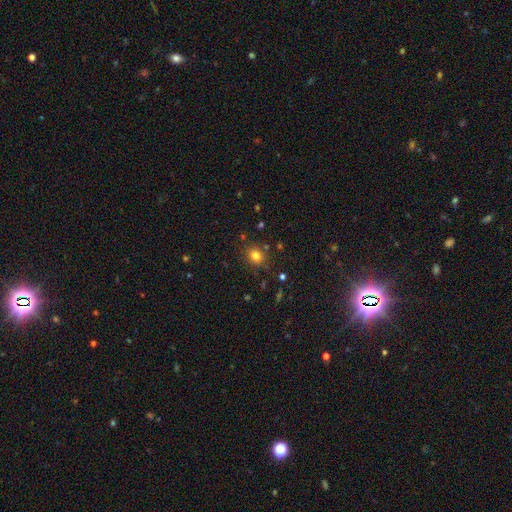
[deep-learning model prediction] A smooth galaxy with no disk features (78%) that is round (78%).

Vote fractions:
- Smooth or featured? smooth: 78% / star or artifact: 15% / featured or disk: 7%
- How rounded? round: 78% / in between: 21% / cigar-shaped: 1%
- Merging? none: 83% / minor disturbance: 11% / merger: 3% / major disturbance: 3%